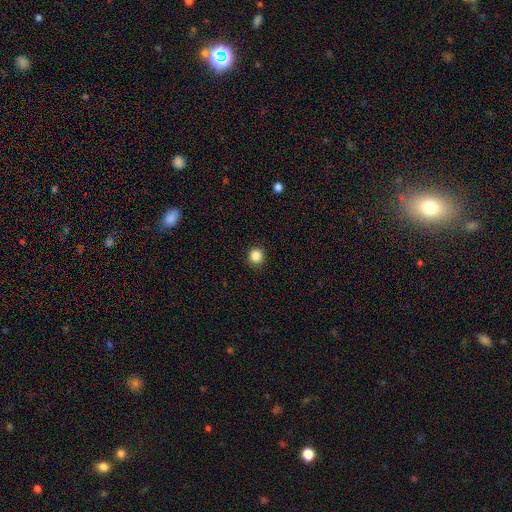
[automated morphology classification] smooth-or-featured: smooth: 86% | star or artifact: 11% | featured or disk: 3%
  how-rounded: round: 89% | in between: 10% | cigar-shaped: 1%
  merging: none: 91% | minor disturbance: 7% | major disturbance: 2% | merger: 1%